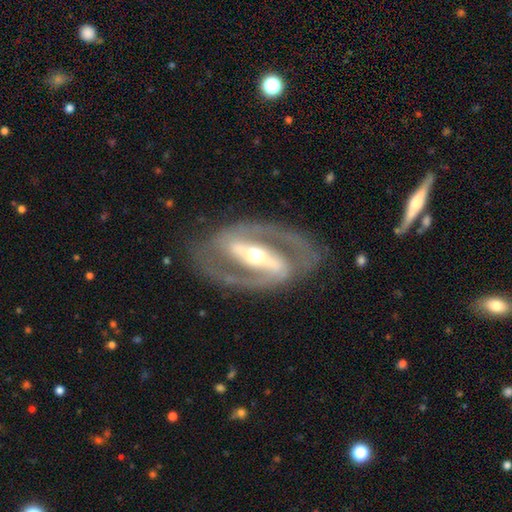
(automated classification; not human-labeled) Smooth or featured? featured or disk (91%)
Edge-on disk? no (94%)
Bar? strong (77%)
Spiral arms? yes (91%)
Spiral winding? medium (54%)
Spiral arm count? 2 (92%)
Bulge size? moderate (66%)
Merging? none (82%)